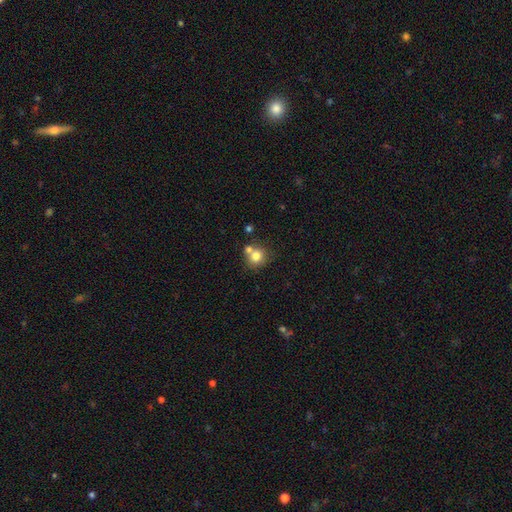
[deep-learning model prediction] Smooth or featured?
  - smooth: 76% *
  - featured or disk: 13%
  - star or artifact: 11%
How rounded?
  - round: 83% *
  - in between: 16%
  - cigar-shaped: 1%
Merging?
  - none: 54% *
  - merger: 32%
  - minor disturbance: 11%
  - major disturbance: 4%